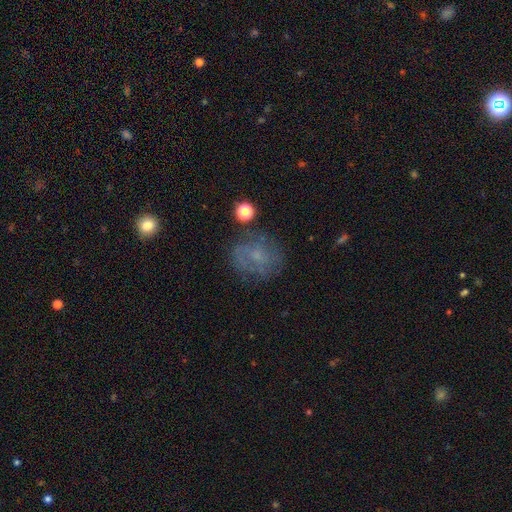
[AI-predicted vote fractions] Smooth or featured?
  - featured or disk: 43% *
  - smooth: 41%
  - star or artifact: 16%
Merging?
  - none: 65% *
  - minor disturbance: 20%
  - major disturbance: 12%
  - merger: 3%